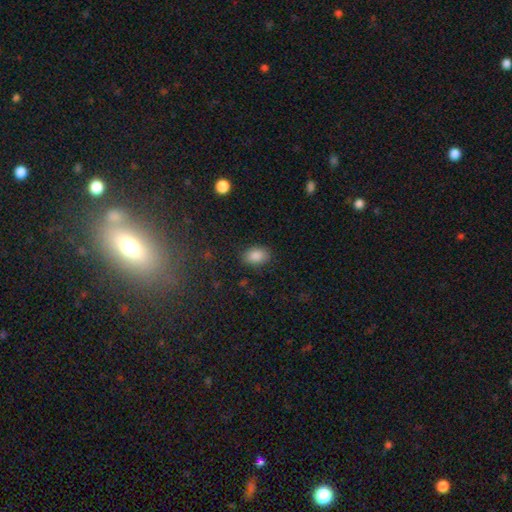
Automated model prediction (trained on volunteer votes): Smooth or featured? smooth (87%)
How rounded? in between (84%)
Merging? none (83%)